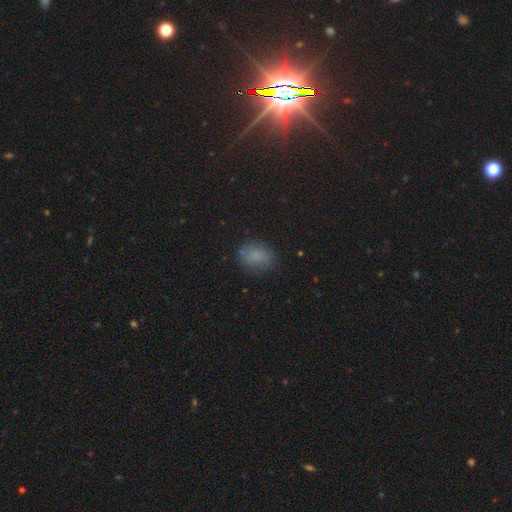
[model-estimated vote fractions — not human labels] Morphology: type=smooth (80%); roundness=in between (57%); merging=none (75%).